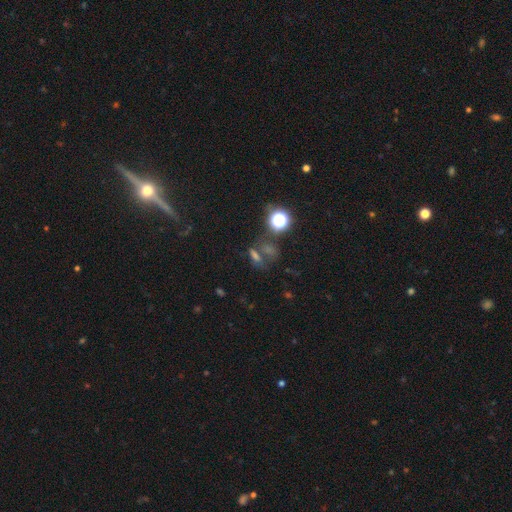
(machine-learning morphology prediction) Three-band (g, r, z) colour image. It shows a star or artifact, not a galaxy (45%).